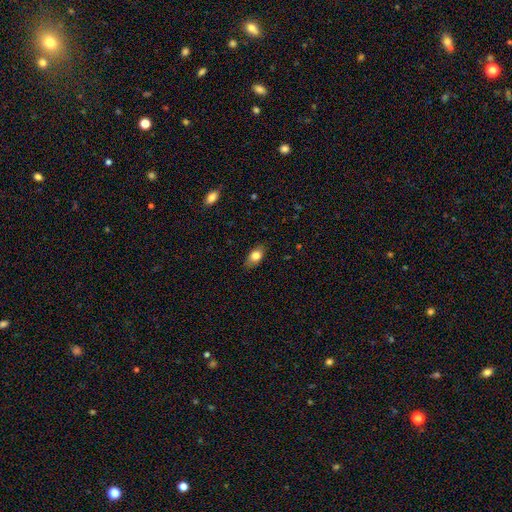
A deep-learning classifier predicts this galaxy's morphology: Overall: smooth (81%). How rounded: in between (86%). Merging: none (83%).